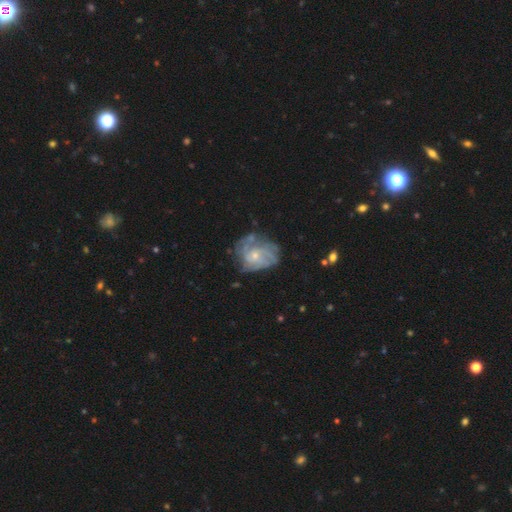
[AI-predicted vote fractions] Smooth or featured? featured or disk (75%)
Edge-on disk? no (98%)
Bar? no (77%)
Spiral arms? yes (84%)
Spiral winding? tight (52%)
Spiral arm count? can't tell (43%)
Bulge size? small (69%)
Merging? none (56%)